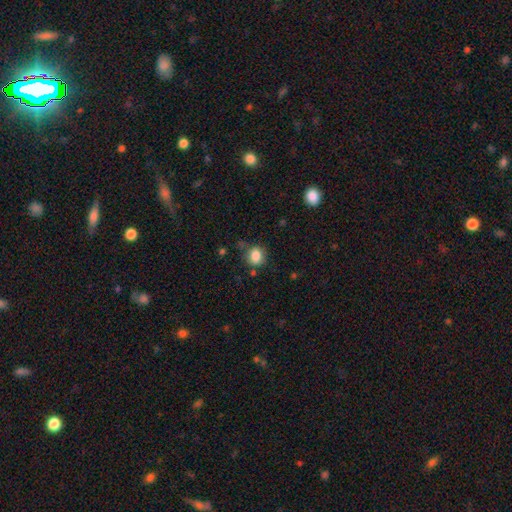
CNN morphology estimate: Q: Smooth or featured?
A: smooth (84%); runner-up: star or artifact (10%)
Q: How rounded?
A: round (67%); runner-up: in between (32%)
Q: Merging?
A: none (73%); runner-up: minor disturbance (18%)